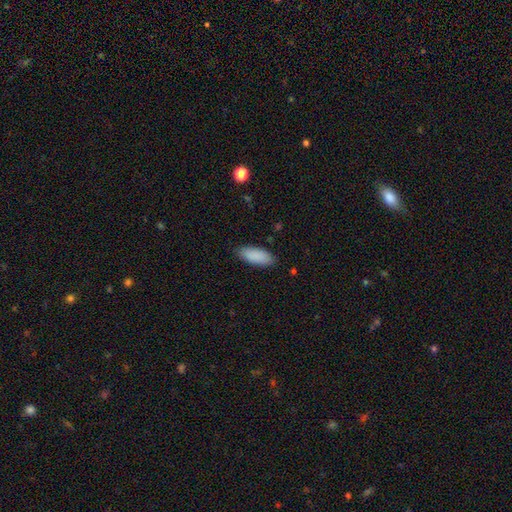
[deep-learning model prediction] smooth 90%, star or artifact 6%, featured or disk 5%. Down the decision tree: how rounded — in between (82%); merging — none (85%).